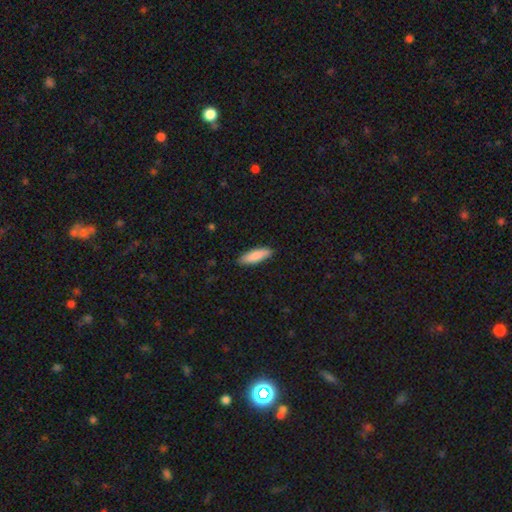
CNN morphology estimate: type=smooth (85%); roundness=cigar-shaped (53%); merging=none (89%).